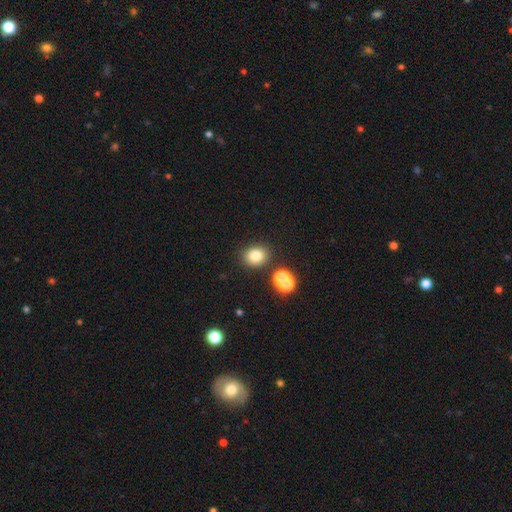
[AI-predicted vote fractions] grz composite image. It shows a smooth galaxy with no disk features (79%) that is round (63%). Merging: none (79%).